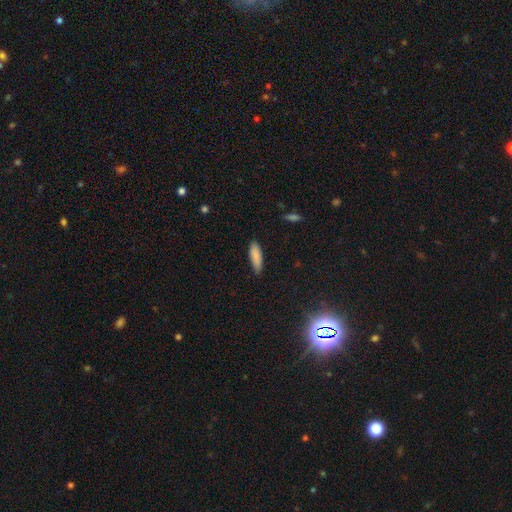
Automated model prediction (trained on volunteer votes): The model was most divided on "how rounded": cigar-shaped: 50%, in between: 49%, round: 1%. More confident: smooth or featured — smooth (87%); merging — none (80%).